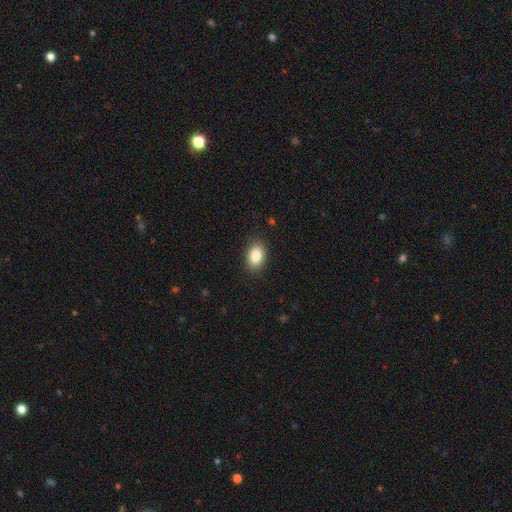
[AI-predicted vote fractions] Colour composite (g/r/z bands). It shows a smooth galaxy with no disk features (86%) that is in between round and cigar-shaped (79%). Merging: none (88%).